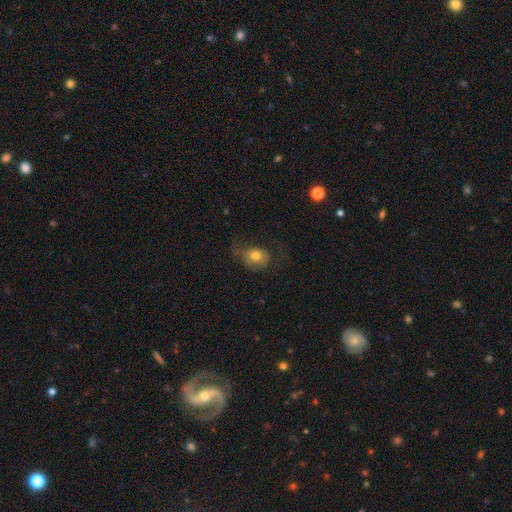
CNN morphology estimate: Smooth or featured? smooth (72%)
How rounded? round (51%)
Merging? none (35%)